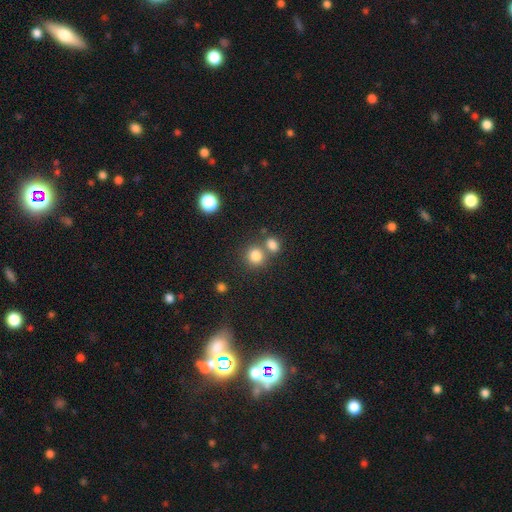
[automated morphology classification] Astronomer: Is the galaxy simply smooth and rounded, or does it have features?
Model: smooth — 81%.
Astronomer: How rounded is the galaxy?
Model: round — 84%.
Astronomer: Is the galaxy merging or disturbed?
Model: none — 58%.